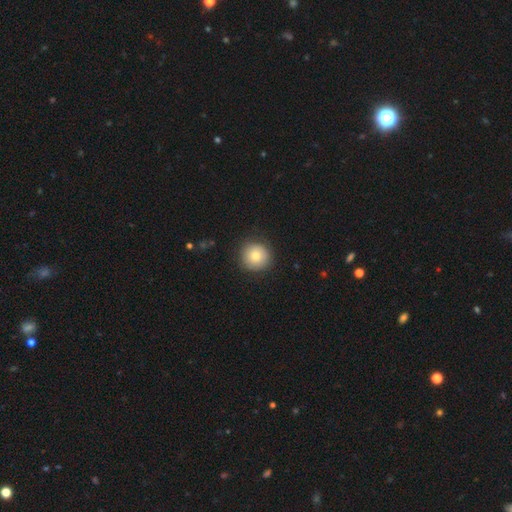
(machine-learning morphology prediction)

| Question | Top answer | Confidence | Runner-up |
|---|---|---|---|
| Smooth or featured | smooth | 79% | featured or disk (12%) |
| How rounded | round | 94% | in between (5%) |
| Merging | none | 87% | minor disturbance (9%) |